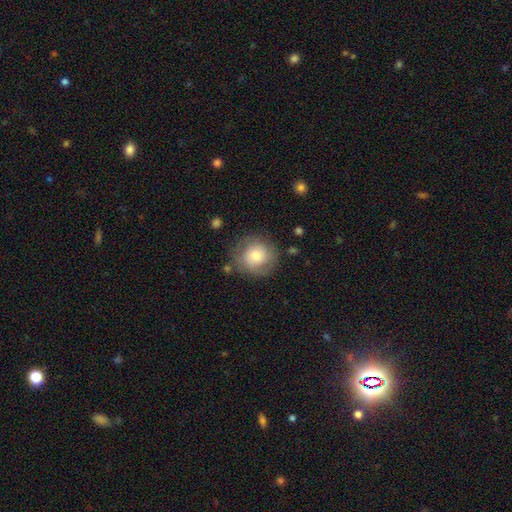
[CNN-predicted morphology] type=smooth (64%); roundness=round (89%); merging=none (76%).